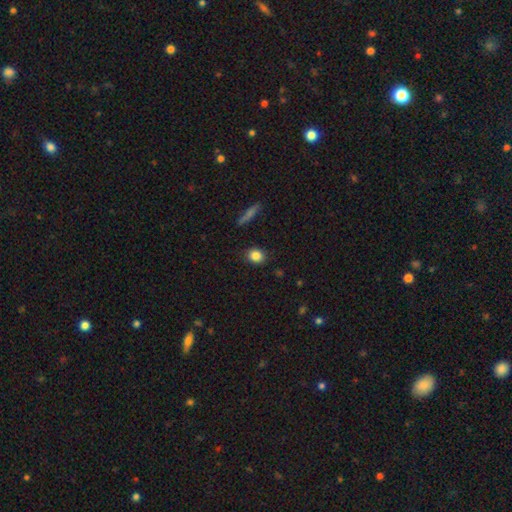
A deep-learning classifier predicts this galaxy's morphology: smooth-or-featured: smooth: 84% | star or artifact: 9% | featured or disk: 7%
  how-rounded: round: 57% | in between: 40% | cigar-shaped: 2%
  merging: none: 88% | minor disturbance: 9% | major disturbance: 2% | merger: 1%